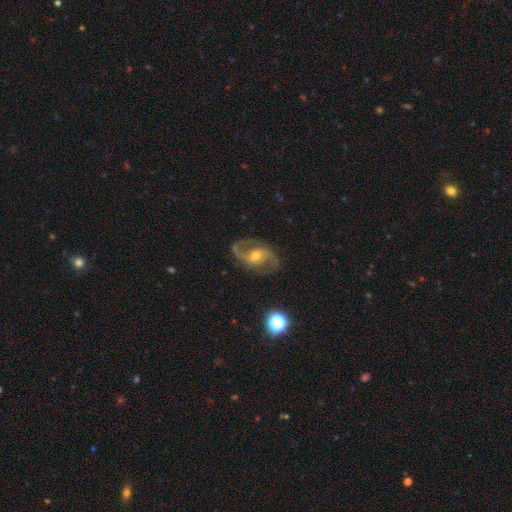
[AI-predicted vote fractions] Morphology: type=featured or disk (88%); edge-on=no (97%); bar=no (44%); spiral arms=yes (96%); winding=medium (56%); arm count=2 (91%); bulge=moderate (54%); merging=none (76%).